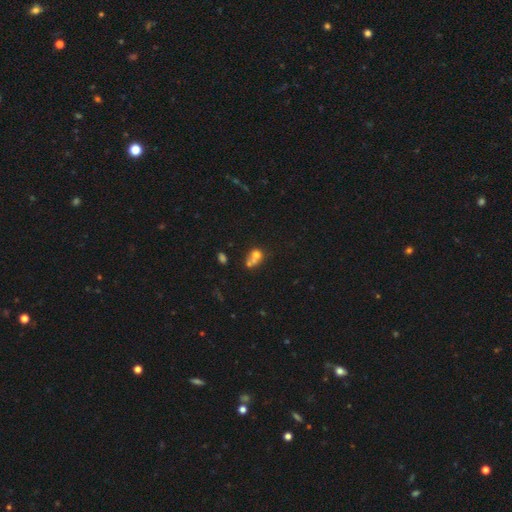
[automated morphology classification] Overall: smooth (65%). How rounded: round (59%; in between 39%). Merging: merger (57%; none 26%).